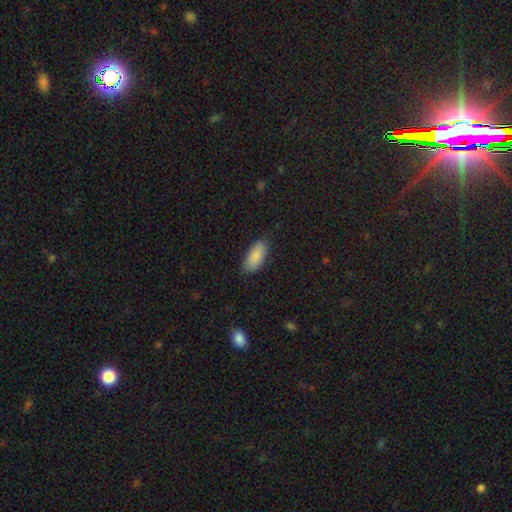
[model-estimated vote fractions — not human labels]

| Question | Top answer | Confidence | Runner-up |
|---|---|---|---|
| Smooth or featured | smooth | 87% | star or artifact (7%) |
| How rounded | in between | 89% | cigar-shaped (9%) |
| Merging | none | 79% | minor disturbance (17%) |